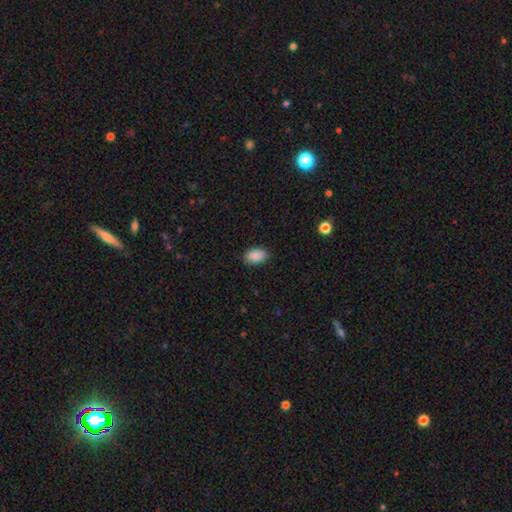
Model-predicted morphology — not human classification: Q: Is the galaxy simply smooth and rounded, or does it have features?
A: smooth — 90%.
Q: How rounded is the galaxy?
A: in between — 88%.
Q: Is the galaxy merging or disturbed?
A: none — 87%.